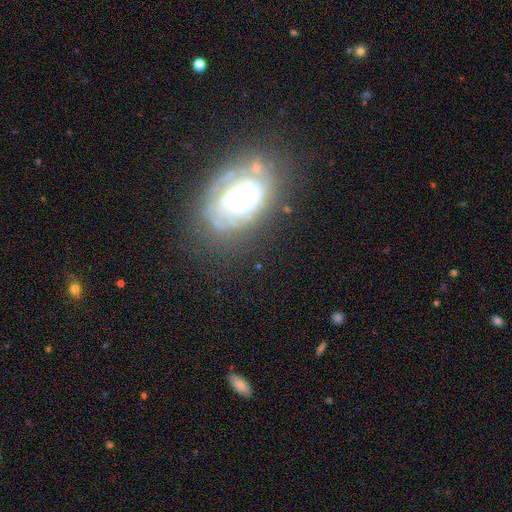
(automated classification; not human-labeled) Overall: featured or disk (52%; smooth 31%). Edge-on disk: no (88%). Merging: none (70%).